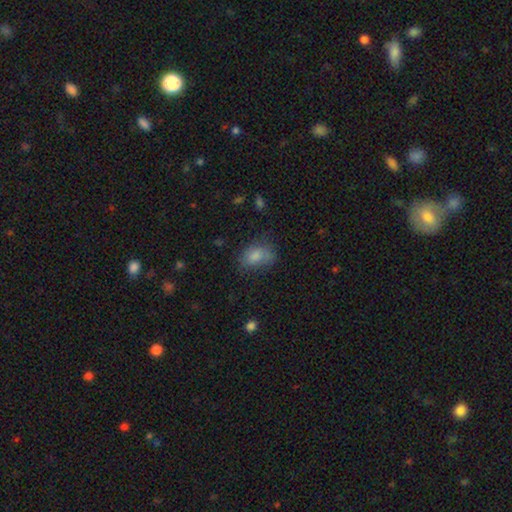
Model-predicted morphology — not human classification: smooth 77%, featured or disk 12%, star or artifact 11%. Down the decision tree: how rounded — in between (81%); merging — none (57%).